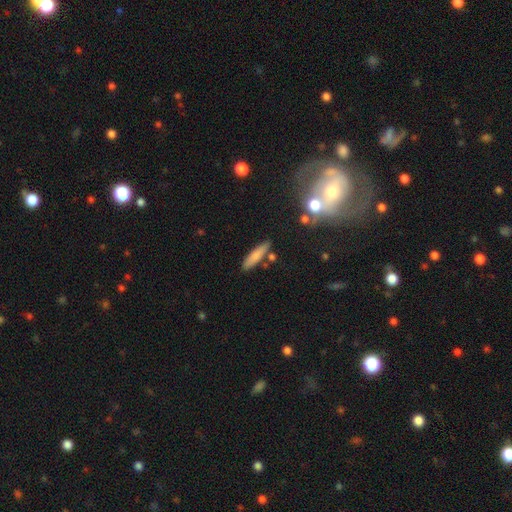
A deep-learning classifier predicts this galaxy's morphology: A smooth galaxy with no disk features (76%) that is cigar-shaped (72%).

Vote fractions:
- Smooth or featured? smooth: 76% / featured or disk: 16% / star or artifact: 8%
- How rounded? cigar-shaped: 72% / in between: 26% / round: 2%
- Merging? none: 78% / minor disturbance: 12% / merger: 7% / major disturbance: 3%